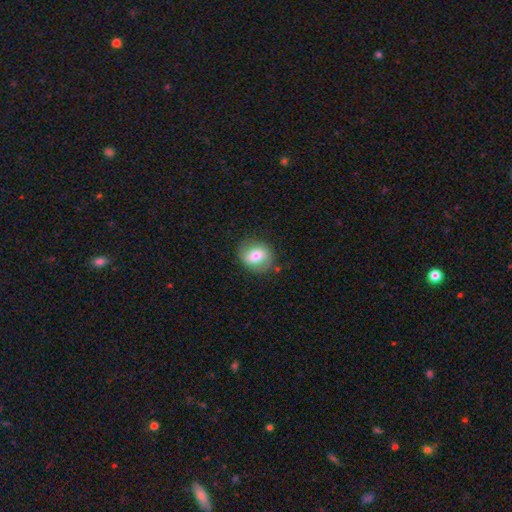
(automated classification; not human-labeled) Smooth or featured?
  - smooth: 63% *
  - featured or disk: 29%
  - star or artifact: 8%
How rounded?
  - round: 64% *
  - in between: 35%
  - cigar-shaped: 1%
Merging?
  - none: 78% *
  - minor disturbance: 15%
  - major disturbance: 5%
  - merger: 1%